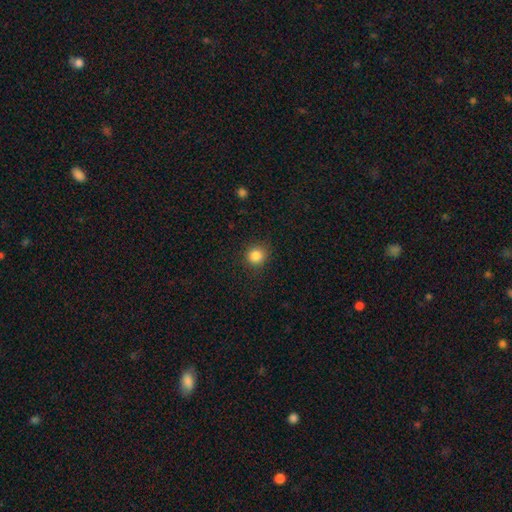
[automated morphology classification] The model was most divided on "smooth or featured": smooth: 86%, star or artifact: 11%, featured or disk: 4%. More confident: how rounded — round (89%); merging — none (86%).